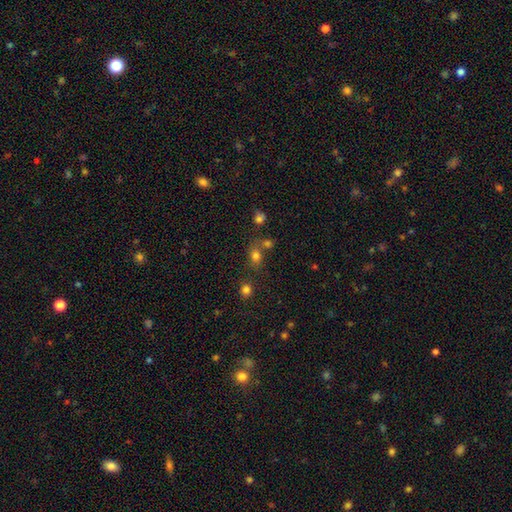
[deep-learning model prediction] Smooth or featured: smooth — 73% (star or artifact — 19%)
How rounded: round — 56% (in between — 42%)
Merging: none — 59% (merger — 23%)